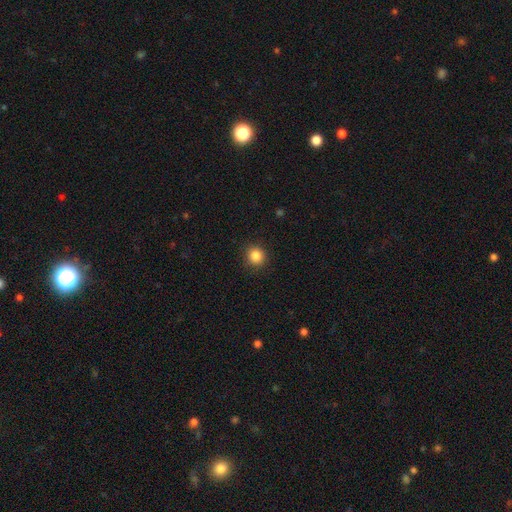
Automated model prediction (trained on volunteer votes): A smooth galaxy with no disk features (86%) that is round (92%). Merging: none (91%).